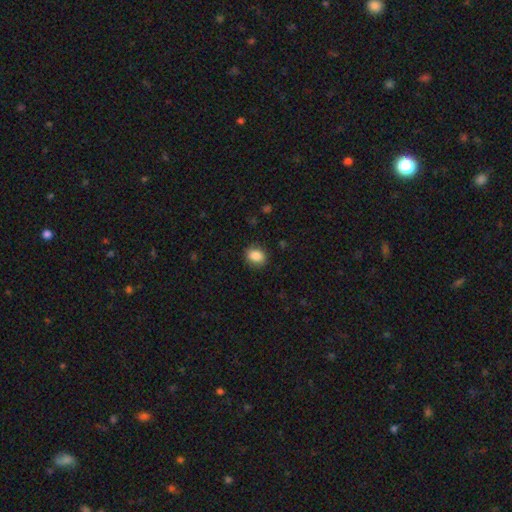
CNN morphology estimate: Overall: smooth (87%). How rounded: in between (58%; round 41%). Merging: none (87%).